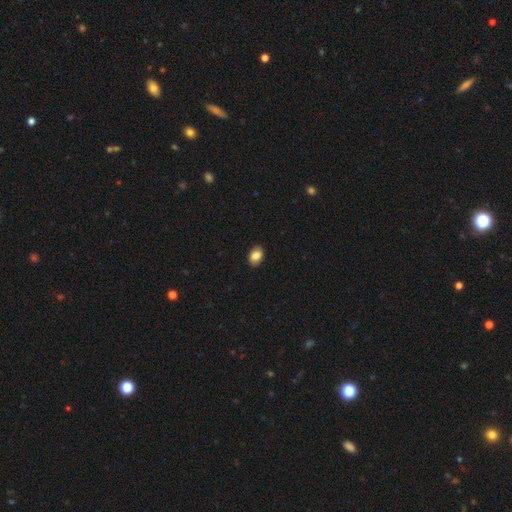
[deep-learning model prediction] Morphology: type=smooth (86%); roundness=in between (78%); merging=none (89%).